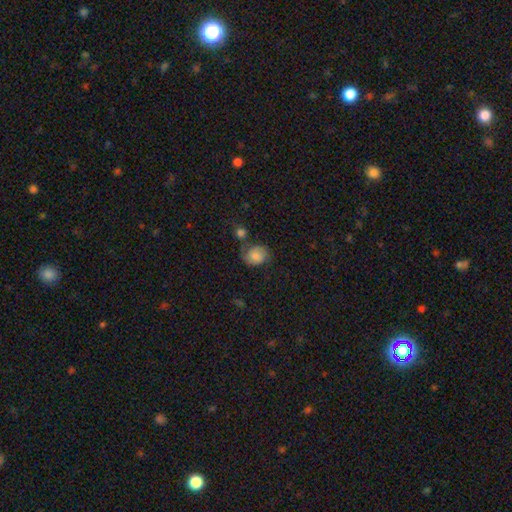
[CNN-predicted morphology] Smooth or featured? Predicted: smooth (p=0.70). How rounded? Predicted: round (p=0.58). Merging? Predicted: none (p=0.53).